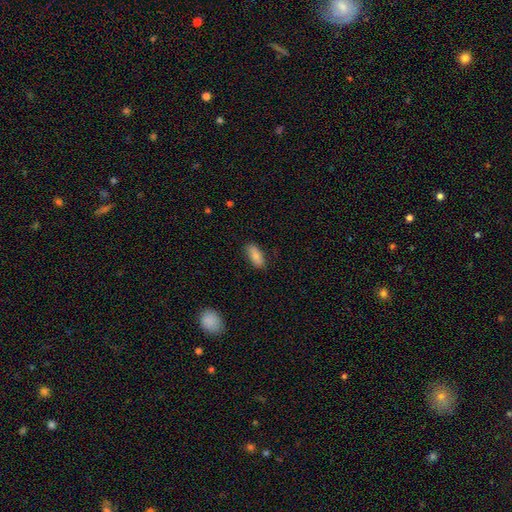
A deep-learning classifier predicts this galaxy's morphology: Q: Smooth or featured?
A: smooth (80%); runner-up: featured or disk (13%)
Q: How rounded?
A: in between (86%); runner-up: cigar-shaped (11%)
Q: Merging?
A: none (83%); runner-up: minor disturbance (13%)